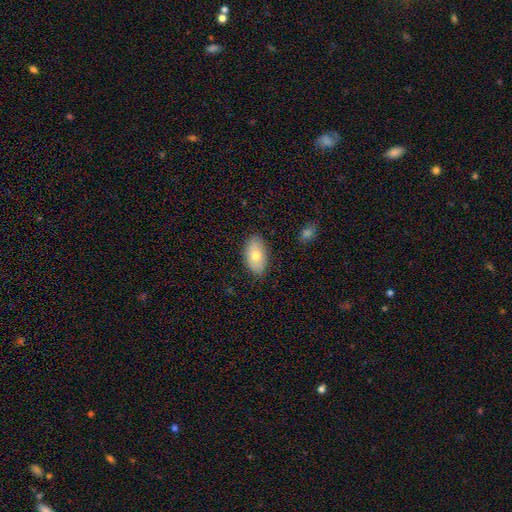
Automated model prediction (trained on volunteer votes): Q: Smooth or featured?
A: smooth (74%); runner-up: featured or disk (20%)
Q: How rounded?
A: in between (93%); runner-up: round (5%)
Q: Merging?
A: none (84%); runner-up: minor disturbance (12%)